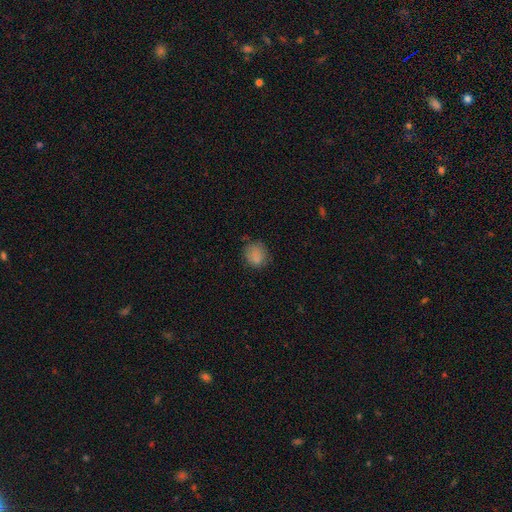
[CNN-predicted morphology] smooth_or_featured: smooth (p=0.83) [alt: star or artifact p=0.10]
how_rounded: round (p=0.74) [alt: in between p=0.25]
merging: none (p=0.69) [alt: minor disturbance p=0.23]